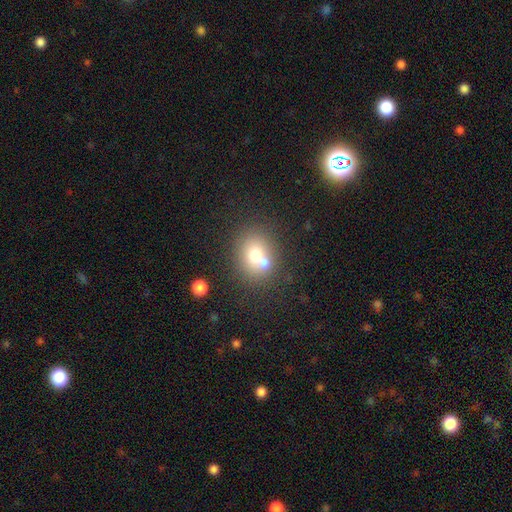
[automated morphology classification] This appears to be a smooth galaxy with no disk features (69%) that is round (68%). Merging: none (52%).